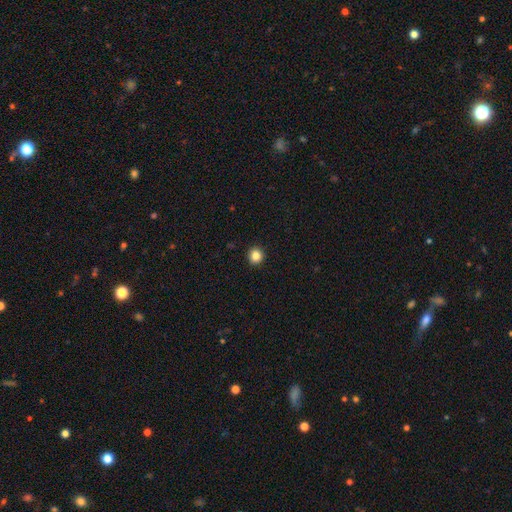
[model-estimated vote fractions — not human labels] Q: Smooth or featured?
A: smooth (84%); runner-up: star or artifact (11%)
Q: How rounded?
A: round (93%); runner-up: in between (6%)
Q: Merging?
A: none (93%); runner-up: minor disturbance (5%)